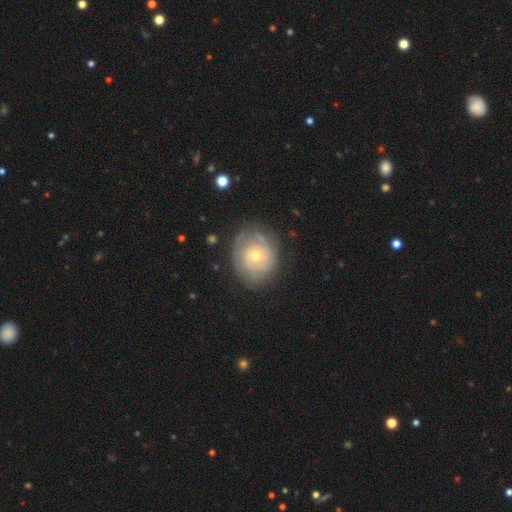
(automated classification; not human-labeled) A featured or disk galaxy (66%) with no bar (82%), spiral arms (72%) and a small central bulge (52%). Merging: none (73%).